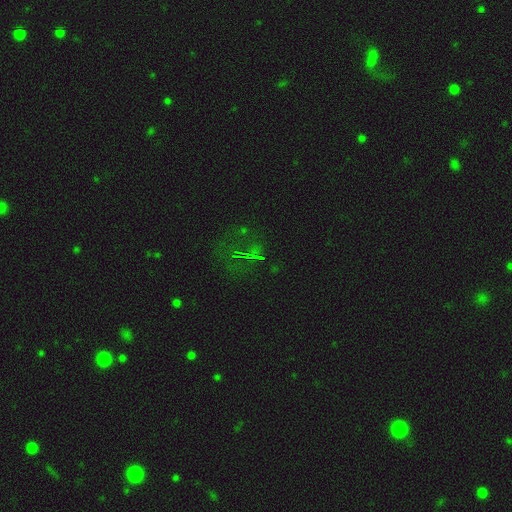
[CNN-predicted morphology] Smooth or featured?
  - star or artifact: 69% *
  - smooth: 19%
  - featured or disk: 12%